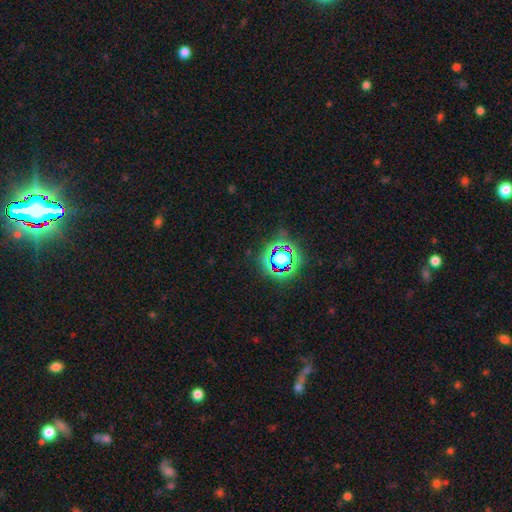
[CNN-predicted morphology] Smooth or featured?
  - star or artifact: 78% *
  - smooth: 14%
  - featured or disk: 8%